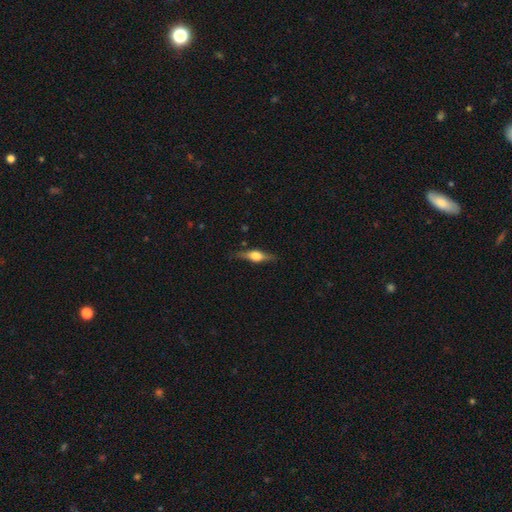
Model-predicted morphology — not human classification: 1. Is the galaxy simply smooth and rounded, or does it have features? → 57% featured or disk, 36% smooth, 7% star or artifact.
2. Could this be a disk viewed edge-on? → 94% yes, 6% no.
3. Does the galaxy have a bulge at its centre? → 90% rounded, 8% boxy, 2% none.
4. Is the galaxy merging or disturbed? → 83% none, 13% minor disturbance, 3% major disturbance, 1% merger.